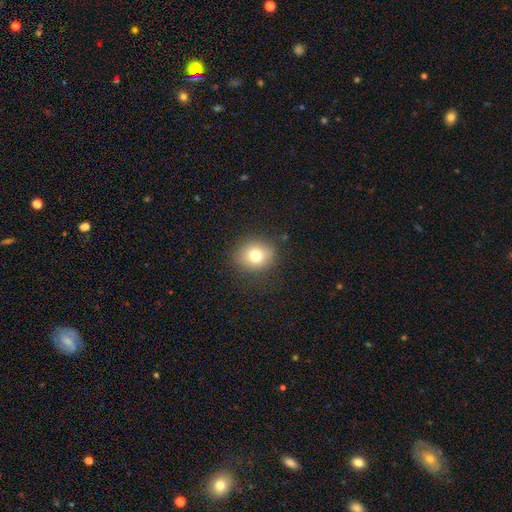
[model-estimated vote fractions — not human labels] smooth 75%, featured or disk 13%, star or artifact 12%. Down the decision tree: how rounded — round (71%); merging — none (85%).